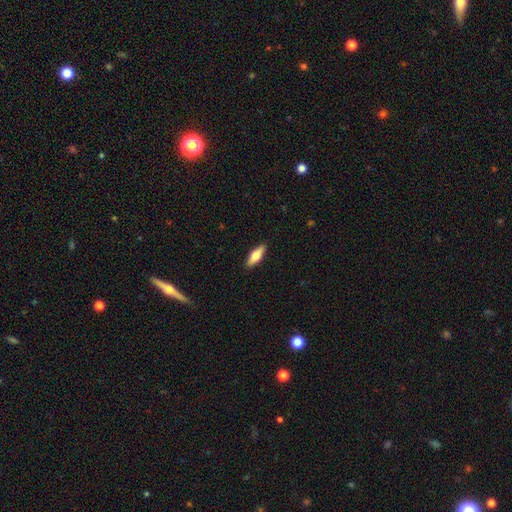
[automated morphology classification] type=smooth (58%); roundness=in between (54%); merging=none (90%).